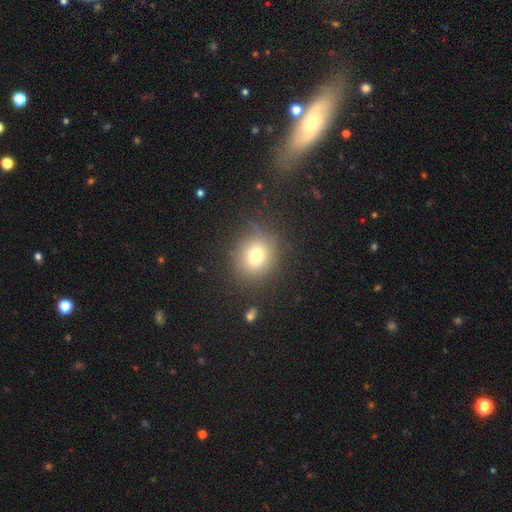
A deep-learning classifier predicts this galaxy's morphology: smooth_or_featured: smooth (p=0.73) [alt: star or artifact p=0.15]
how_rounded: round (p=0.76) [alt: in between p=0.23]
merging: none (p=0.80) [alt: minor disturbance p=0.12]